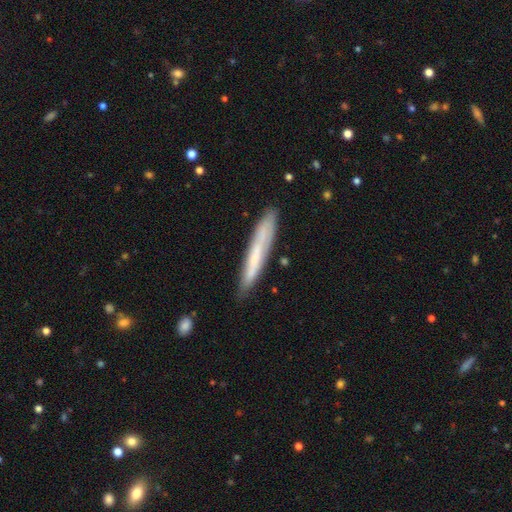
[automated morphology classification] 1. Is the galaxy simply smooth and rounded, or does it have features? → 56% smooth, 37% featured or disk, 7% star or artifact.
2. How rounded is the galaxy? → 94% cigar-shaped, 5% in between, 1% round.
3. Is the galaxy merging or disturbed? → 79% none, 15% minor disturbance, 3% major disturbance, 2% merger.